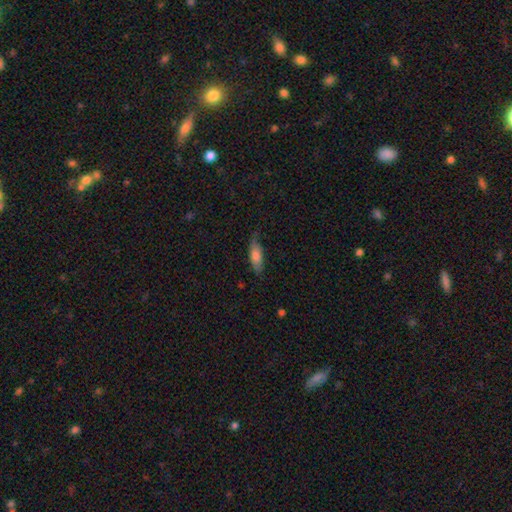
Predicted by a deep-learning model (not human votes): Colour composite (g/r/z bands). It shows a smooth galaxy with no disk features (77%) that is in between round and cigar-shaped (66%). Merging: none (62%).